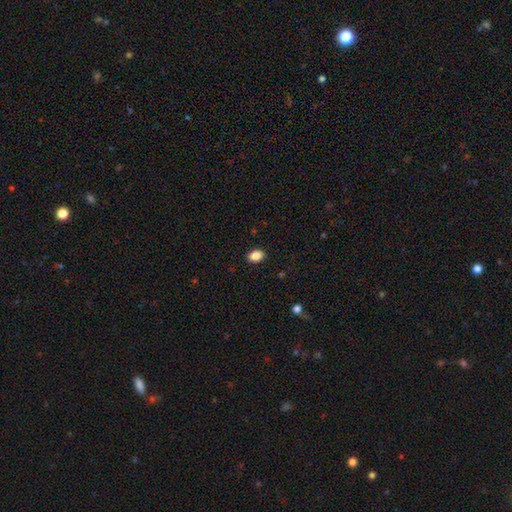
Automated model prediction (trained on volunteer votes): Smooth or featured: smooth — 88% (star or artifact — 8%)
How rounded: in between — 85% (round — 14%)
Merging: none — 90% (minor disturbance — 7%)